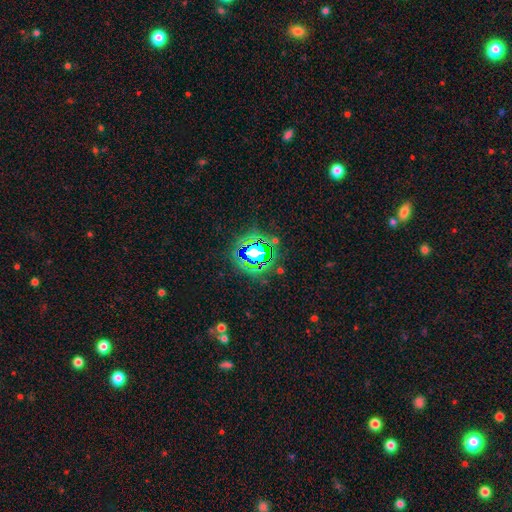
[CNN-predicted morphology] Smooth or featured: star or artifact — 82% (smooth — 11%)